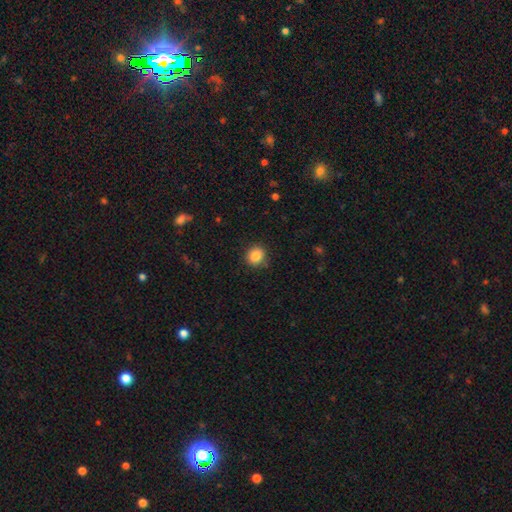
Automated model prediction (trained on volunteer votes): Smooth or featured? smooth (85%)
How rounded? round (77%)
Merging? none (87%)